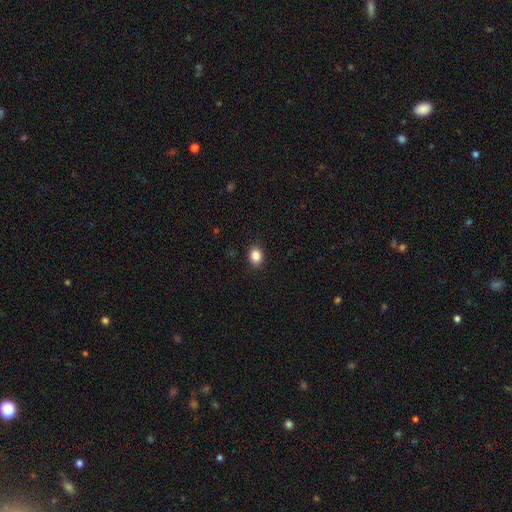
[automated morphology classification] smooth-or-featured: smooth: 86% | star or artifact: 10% | featured or disk: 4%
  how-rounded: in between: 56% | round: 43% | cigar-shaped: 1%
  merging: none: 89% | minor disturbance: 8% | major disturbance: 2% | merger: 1%